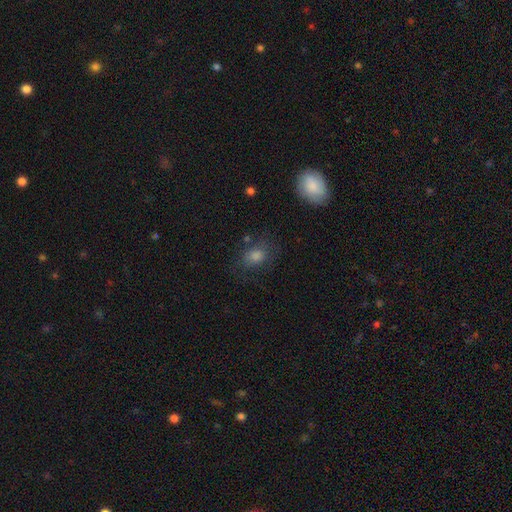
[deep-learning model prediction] This is likely a smooth galaxy (71%). How rounded: possibly in between (59%). Merging: likely none (70%).